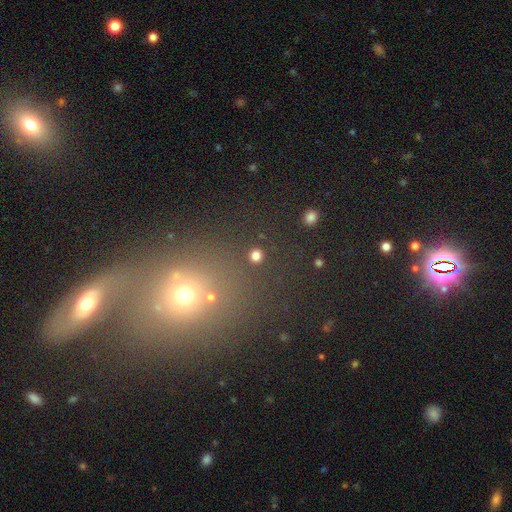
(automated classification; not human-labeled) This appears to be a smooth galaxy with no disk features (80%) that is round (93%). Merging: none (90%).